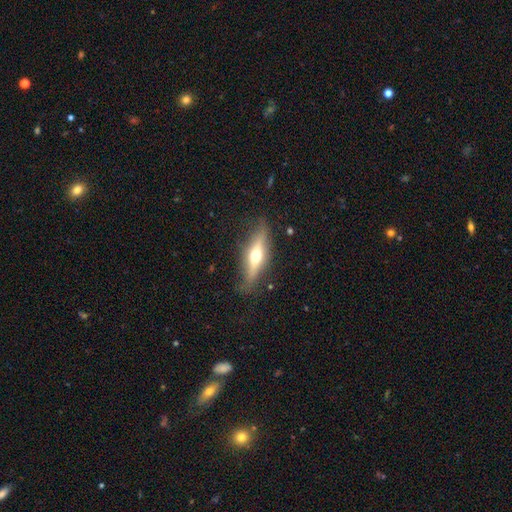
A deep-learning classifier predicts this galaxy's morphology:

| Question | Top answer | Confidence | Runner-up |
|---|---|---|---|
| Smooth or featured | featured or disk | 60% | smooth (33%) |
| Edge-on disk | yes | 88% | no (12%) |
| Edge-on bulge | rounded | 94% | boxy (3%) |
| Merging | none | 80% | minor disturbance (14%) |